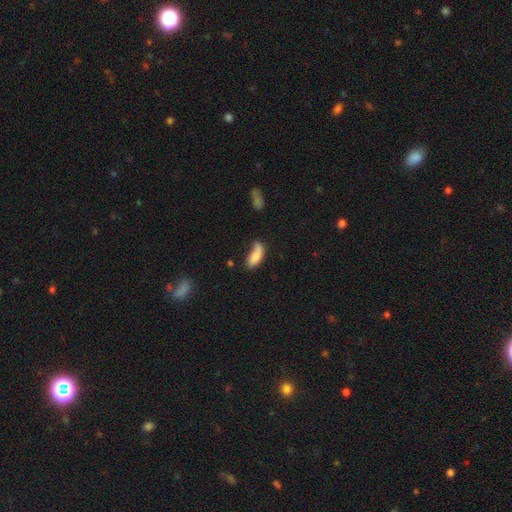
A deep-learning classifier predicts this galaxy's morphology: Smooth or featured? Predicted: smooth (p=0.80). How rounded? Predicted: in between (p=0.81). Merging? Predicted: none (p=0.40).